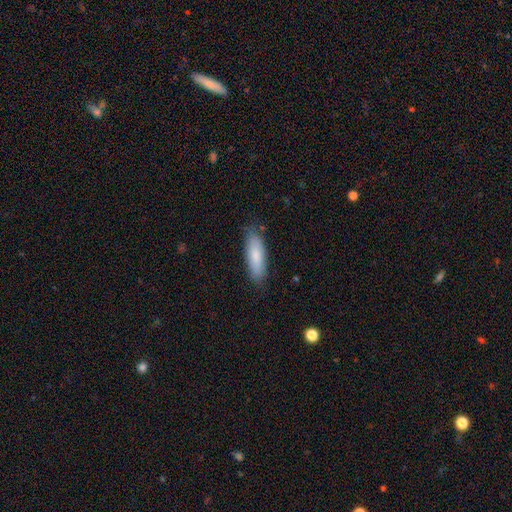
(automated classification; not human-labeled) A smooth galaxy with no disk features (82%) that is cigar-shaped (53%).

Vote fractions:
- Smooth or featured? smooth: 82% / featured or disk: 13% / star or artifact: 6%
- How rounded? cigar-shaped: 53% / in between: 45% / round: 1%
- Merging? none: 83% / minor disturbance: 13% / major disturbance: 2% / merger: 1%